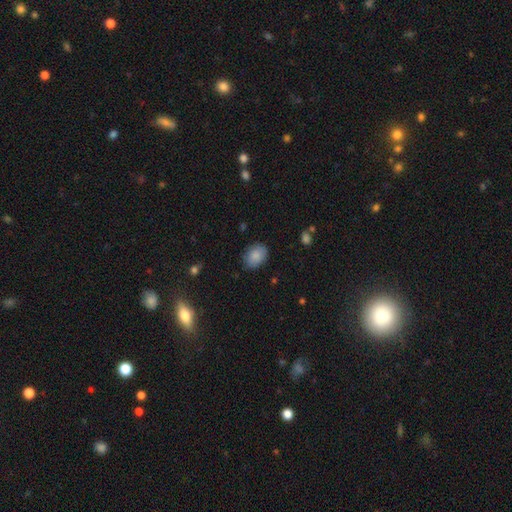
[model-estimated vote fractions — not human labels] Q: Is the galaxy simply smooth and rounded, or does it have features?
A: smooth — 87%.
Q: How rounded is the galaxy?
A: in between — 77%.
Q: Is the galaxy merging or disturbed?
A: none — 83%.